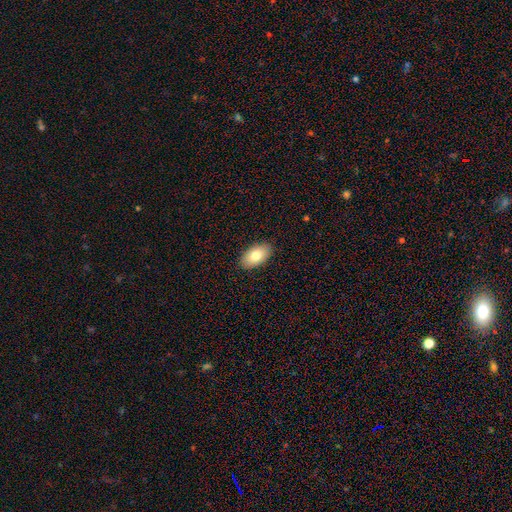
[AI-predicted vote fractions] This appears to be a smooth galaxy with no disk features (79%) that is in between round and cigar-shaped (95%). Merging: none (89%).